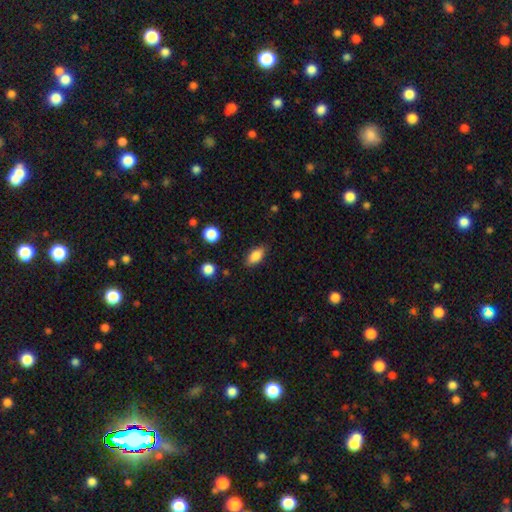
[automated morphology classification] This appears to be a smooth galaxy with no disk features (84%) that is in between round and cigar-shaped (87%). Merging: none (84%).